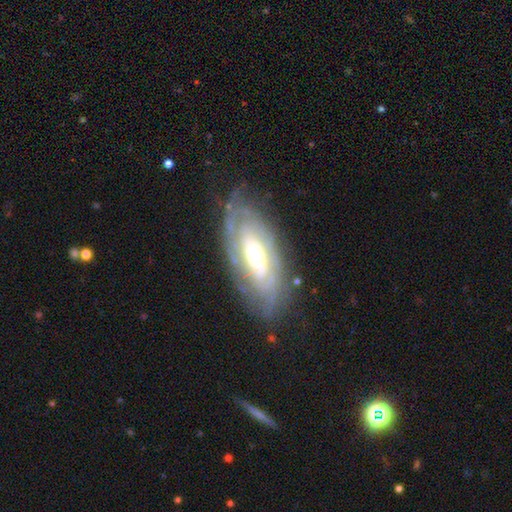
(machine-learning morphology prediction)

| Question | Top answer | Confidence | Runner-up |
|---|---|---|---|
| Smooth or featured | featured or disk | 81% | smooth (14%) |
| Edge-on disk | no | 89% | yes (11%) |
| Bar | no | 52% | weak (29%) |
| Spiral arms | yes | 88% | no (12%) |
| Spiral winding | tight | 74% | medium (20%) |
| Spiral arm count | can't tell | 52% | 2 (21%) |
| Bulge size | moderate | 54% | small (30%) |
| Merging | none | 74% | minor disturbance (18%) |